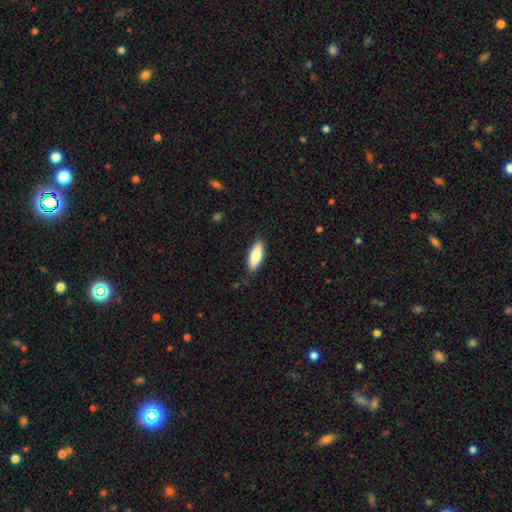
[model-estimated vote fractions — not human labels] smooth-or-featured: smooth: 82% | featured or disk: 13% | star or artifact: 6%
  how-rounded: in between: 69% | cigar-shaped: 29% | round: 2%
  merging: none: 86% | minor disturbance: 11% | major disturbance: 2% | merger: 1%